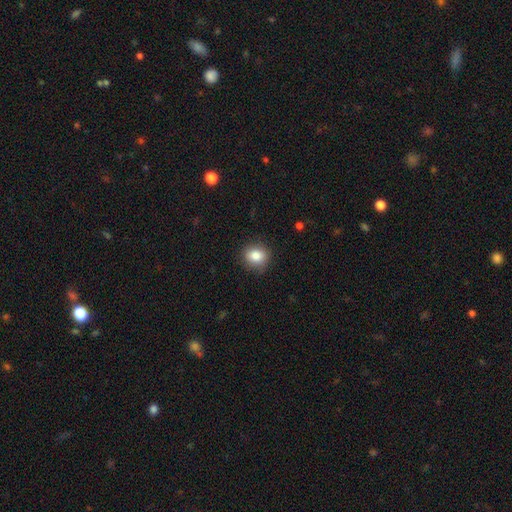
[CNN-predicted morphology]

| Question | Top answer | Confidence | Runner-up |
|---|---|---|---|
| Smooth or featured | smooth | 84% | star or artifact (10%) |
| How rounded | round | 74% | in between (25%) |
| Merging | none | 85% | minor disturbance (11%) |